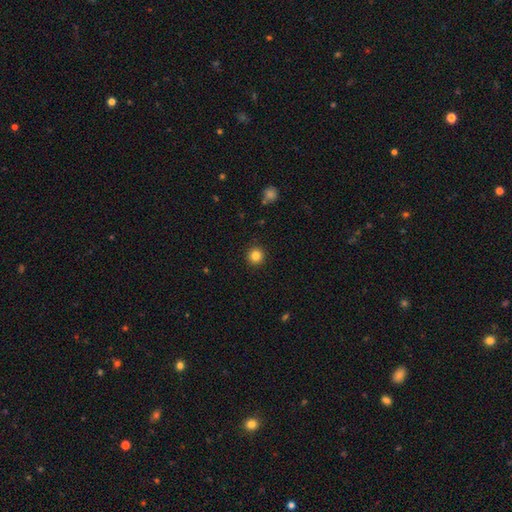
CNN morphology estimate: A smooth galaxy with no disk features (84%) that is round (95%).

Vote fractions:
- Smooth or featured? smooth: 84% / star or artifact: 11% / featured or disk: 5%
- How rounded? round: 95% / in between: 4% / cigar-shaped: 1%
- Merging? none: 92% / minor disturbance: 5% / major disturbance: 2% / merger: 1%